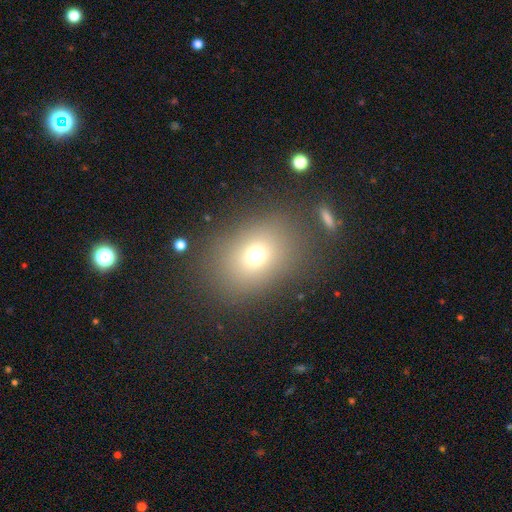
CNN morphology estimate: Smooth or featured?
  - smooth: 70% *
  - star or artifact: 18%
  - featured or disk: 13%
How rounded?
  - in between: 57% *
  - round: 41%
  - cigar-shaped: 1%
Merging?
  - none: 79% *
  - minor disturbance: 10%
  - major disturbance: 6%
  - merger: 4%